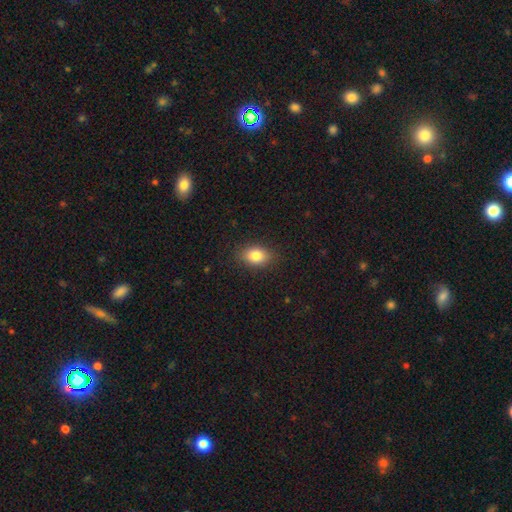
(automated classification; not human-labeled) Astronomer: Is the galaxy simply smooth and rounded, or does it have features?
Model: smooth — 83%.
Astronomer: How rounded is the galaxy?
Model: in between — 77%.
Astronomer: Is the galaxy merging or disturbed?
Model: none — 87%.